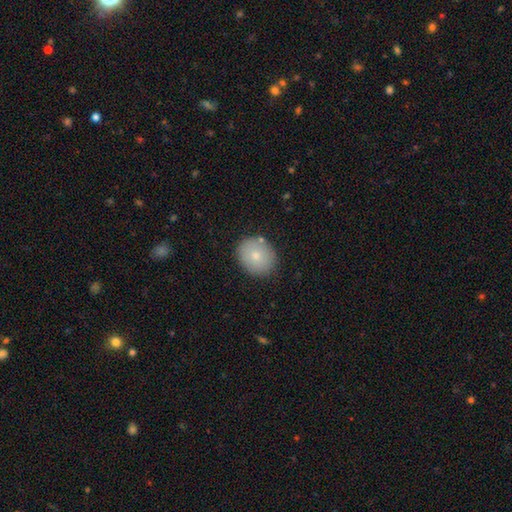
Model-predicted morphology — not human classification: This is likely a smooth galaxy (78%). How rounded: likely round (70%). Merging: clearly none (85%).